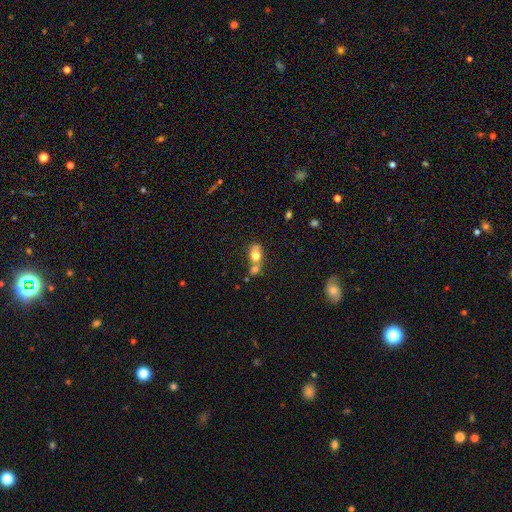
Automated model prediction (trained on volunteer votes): A smooth galaxy with no disk features (70%) that is in between round and cigar-shaped (59%). Merging: merger (59%).